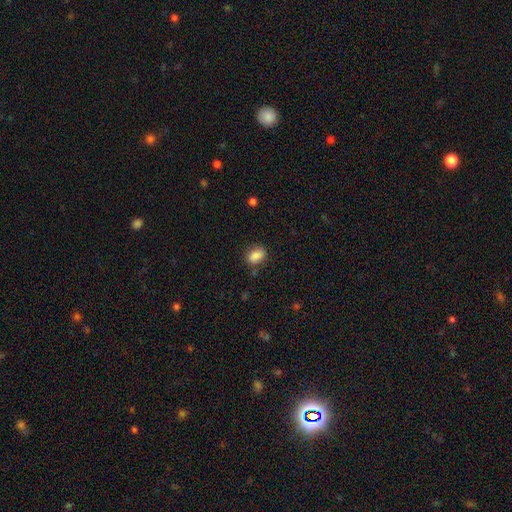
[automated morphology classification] The model was most divided on "how rounded": in between: 78%, round: 20%, cigar-shaped: 2%. More confident: smooth or featured — smooth (86%); merging — none (76%).